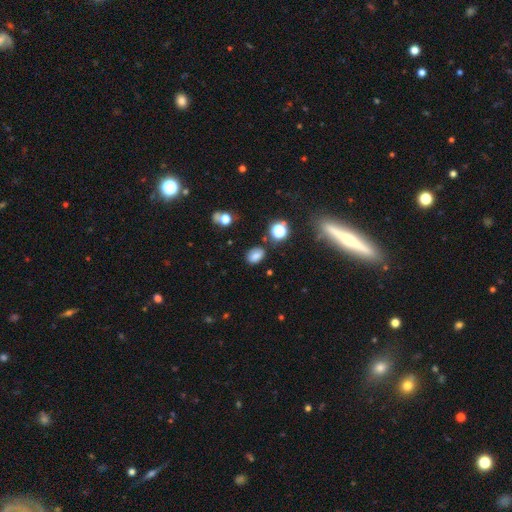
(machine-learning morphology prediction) A smooth galaxy with no disk features (74%) that is in between round and cigar-shaped (75%).

Vote fractions:
- Smooth or featured? smooth: 74% / star or artifact: 17% / featured or disk: 9%
- How rounded? in between: 75% / round: 24% / cigar-shaped: 1%
- Merging? none: 79% / minor disturbance: 14% / major disturbance: 4% / merger: 3%